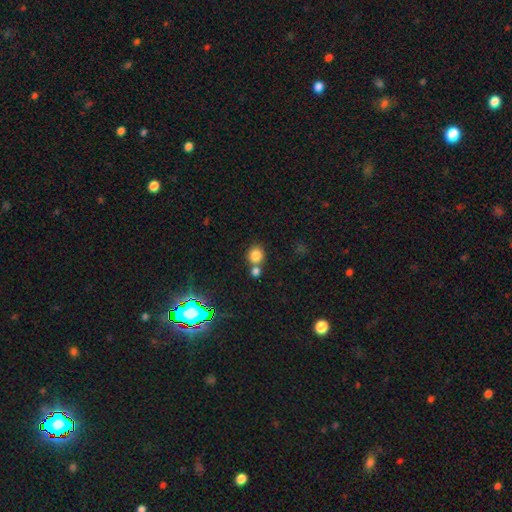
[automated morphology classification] This appears to be a smooth galaxy with no disk features (79%) that is round (83%). Merging: none (55%).